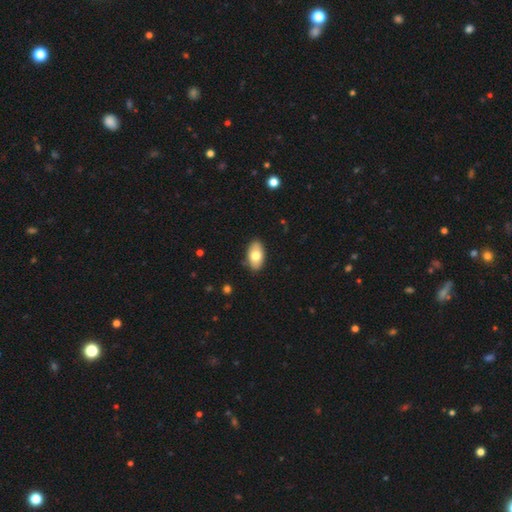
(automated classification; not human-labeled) Overall: smooth (75%). How rounded: in between (94%). Merging: none (87%).